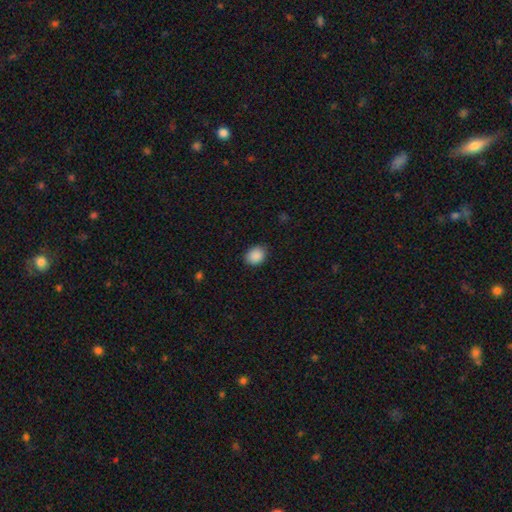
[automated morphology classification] type=smooth (89%); roundness=in between (53%); merging=none (87%).